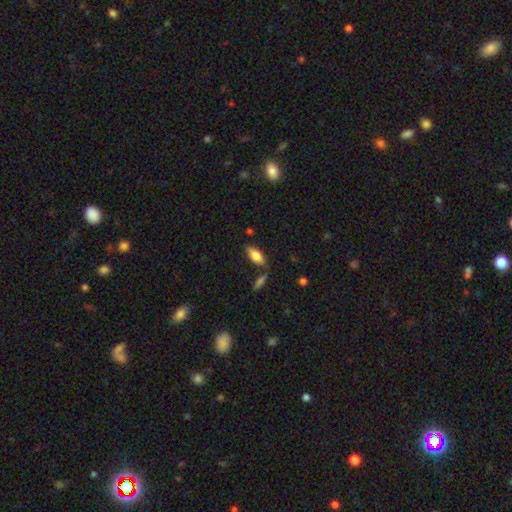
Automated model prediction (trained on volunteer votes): smooth-or-featured: smooth: 79% | featured or disk: 15% | star or artifact: 7%
  how-rounded: in between: 83% | cigar-shaped: 15% | round: 2%
  merging: none: 76% | minor disturbance: 13% | merger: 7% | major disturbance: 3%